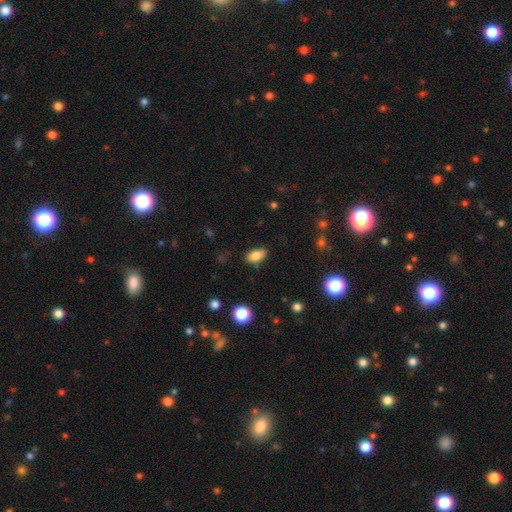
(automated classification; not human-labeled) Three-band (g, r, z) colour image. It shows a smooth galaxy with no disk features (82%) that is in between round and cigar-shaped (89%). Merging: none (82%).